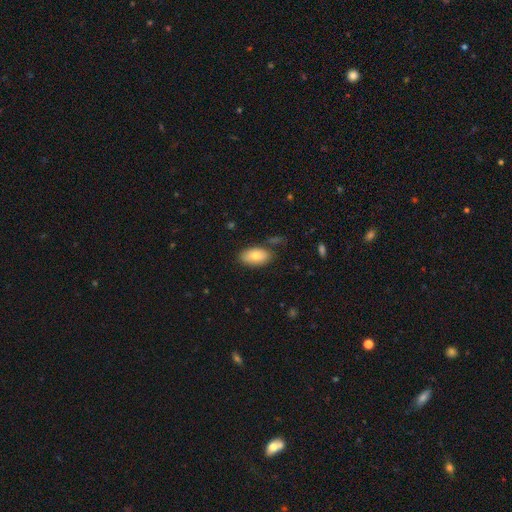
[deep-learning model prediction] Overall: smooth (77%). How rounded: in between (93%). Merging: none (78%).